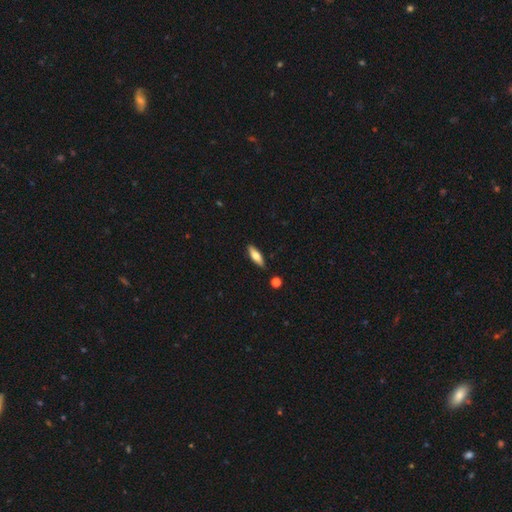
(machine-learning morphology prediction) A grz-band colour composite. It shows a smooth galaxy with no disk features (63%) that is in between round and cigar-shaped (50%). Merging: none (86%).